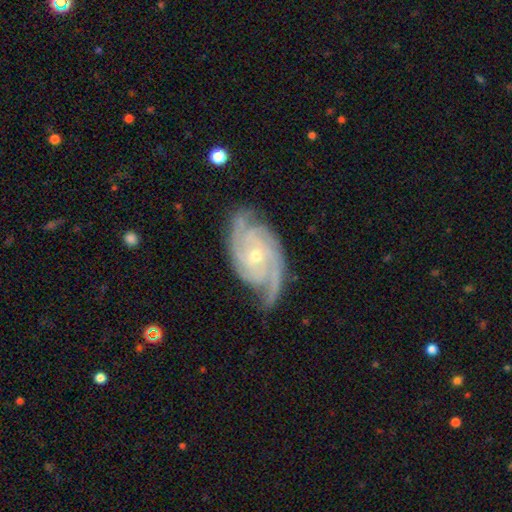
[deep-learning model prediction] Overall: featured or disk (92%). Edge-on disk: no (97%). Bar: no (67%). Spiral arms: yes (98%). Spiral arm count: 3 (41%; 2 18%). Spiral winding: tight (60%; medium 34%). Bulge size: small (65%; moderate 33%). Merging: none (76%).